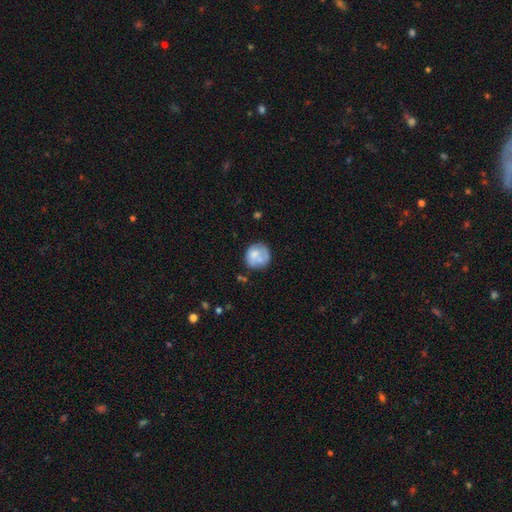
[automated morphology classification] smooth_or_featured: smooth (p=0.62) [alt: featured or disk p=0.31]
how_rounded: round (p=0.81) [alt: in between p=0.18]
merging: none (p=0.53) [alt: minor disturbance p=0.23]